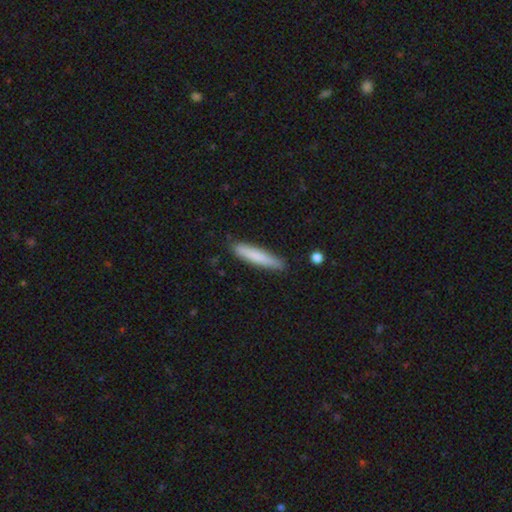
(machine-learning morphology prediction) smooth_or_featured: smooth (p=0.79) [alt: featured or disk p=0.16]
how_rounded: cigar-shaped (p=0.91) [alt: in between p=0.08]
merging: none (p=0.86) [alt: minor disturbance p=0.10]